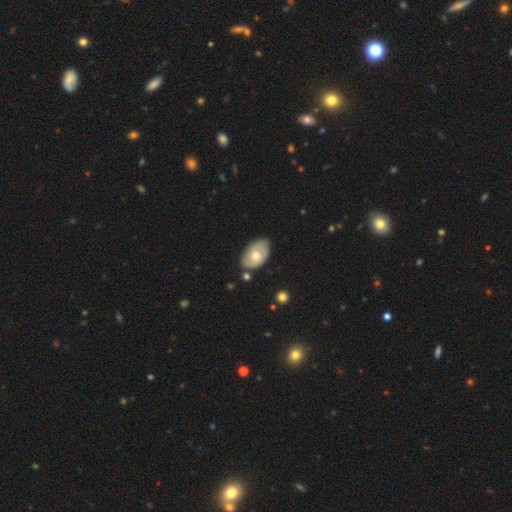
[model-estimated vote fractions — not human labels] This is possibly a featured or disk galaxy (52%). It is clearly not viewed edge-on (93%). Merging: likely none (71%).